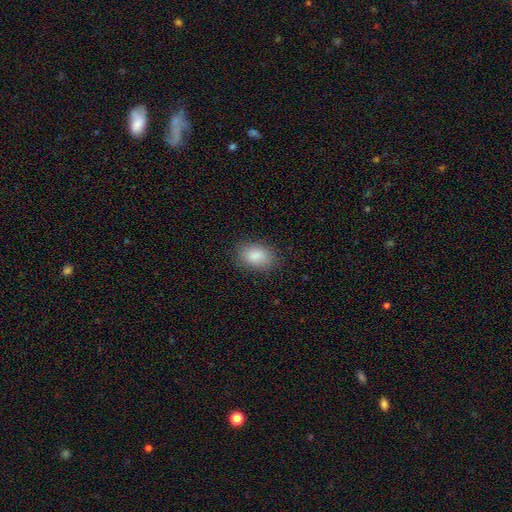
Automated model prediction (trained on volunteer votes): smooth-or-featured: smooth: 87% | star or artifact: 7% | featured or disk: 5%
  how-rounded: in between: 83% | round: 16% | cigar-shaped: 1%
  merging: none: 84% | minor disturbance: 12% | major disturbance: 3% | merger: 1%